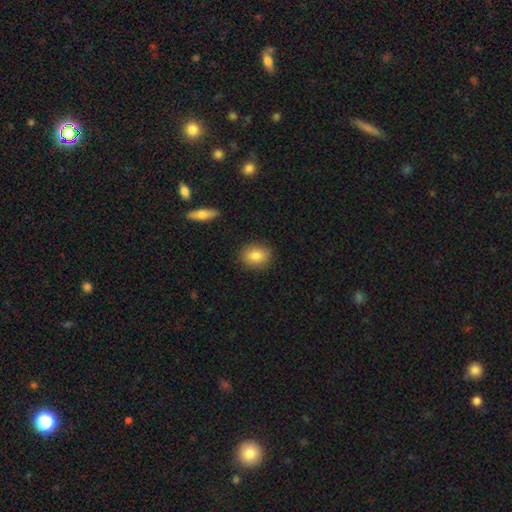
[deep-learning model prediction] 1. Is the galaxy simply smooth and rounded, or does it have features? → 86% smooth, 8% star or artifact, 7% featured or disk.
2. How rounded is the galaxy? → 56% in between, 43% round, 1% cigar-shaped.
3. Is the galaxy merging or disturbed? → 88% none, 9% minor disturbance, 2% major disturbance, 1% merger.